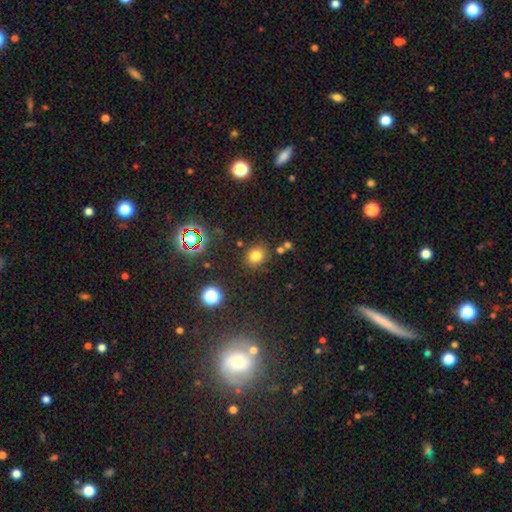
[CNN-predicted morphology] Smooth or featured?
  - smooth: 74% *
  - star or artifact: 19%
  - featured or disk: 7%
How rounded?
  - round: 67% *
  - in between: 32%
  - cigar-shaped: 1%
Merging?
  - none: 82% *
  - minor disturbance: 10%
  - merger: 5%
  - major disturbance: 3%